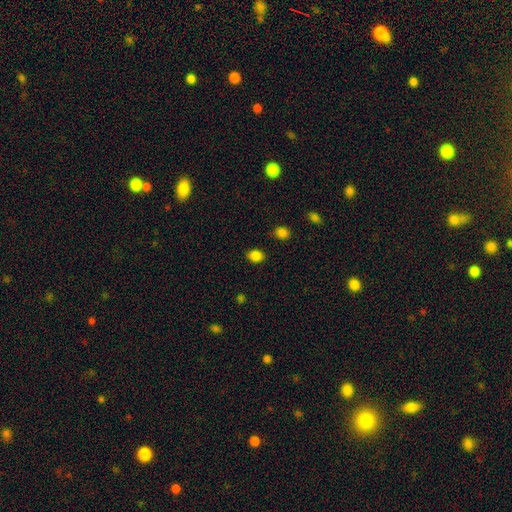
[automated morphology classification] smooth-or-featured: smooth: 85% | star or artifact: 12% | featured or disk: 4%
  how-rounded: in between: 62% | round: 37% | cigar-shaped: 1%
  merging: none: 85% | minor disturbance: 11% | major disturbance: 3% | merger: 2%